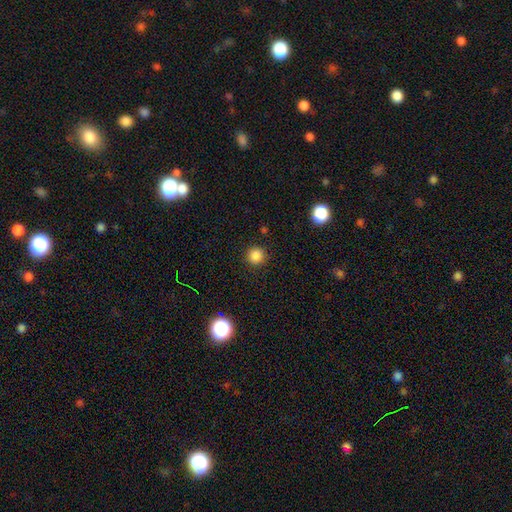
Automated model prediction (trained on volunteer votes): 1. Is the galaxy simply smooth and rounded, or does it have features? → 85% smooth, 12% star or artifact, 3% featured or disk.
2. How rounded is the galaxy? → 95% round, 4% in between, 1% cigar-shaped.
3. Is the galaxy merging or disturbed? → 91% none, 5% minor disturbance, 2% major disturbance, 1% merger.